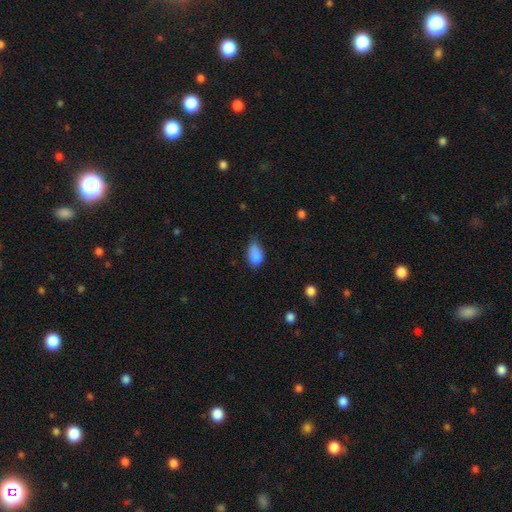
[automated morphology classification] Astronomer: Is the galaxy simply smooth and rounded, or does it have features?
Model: smooth — 84%.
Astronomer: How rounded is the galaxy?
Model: in between — 87%.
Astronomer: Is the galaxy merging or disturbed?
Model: minor disturbance — 44% (runner-up: none, 43%).